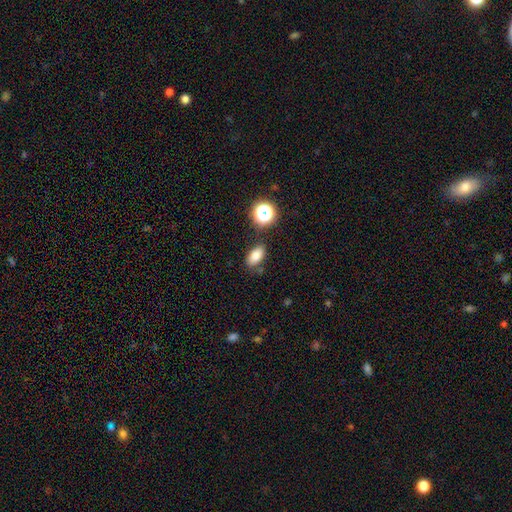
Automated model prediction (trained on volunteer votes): This is likely a smooth galaxy (79%). How rounded: clearly in between (86%). Merging: likely none (78%).